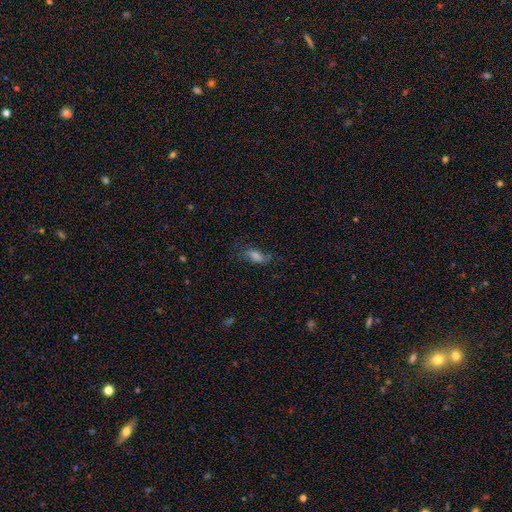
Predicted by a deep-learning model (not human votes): Overall: smooth (55%; featured or disk 26%). How rounded: in between (72%). Merging: none (53%; minor disturbance 24%).